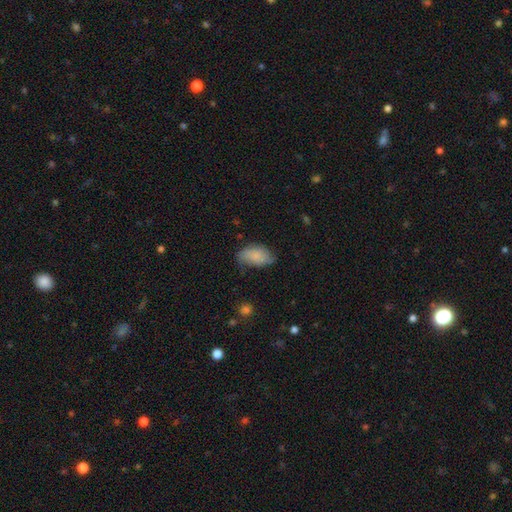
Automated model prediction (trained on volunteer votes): Overall: smooth (76%). How rounded: in between (93%). Merging: none (55%; minor disturbance 33%).